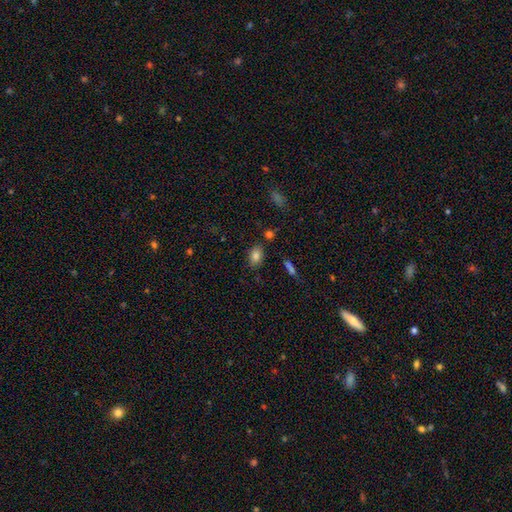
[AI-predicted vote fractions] This appears to be a smooth galaxy with no disk features (83%) that is in between round and cigar-shaped (82%). Merging: none (81%).